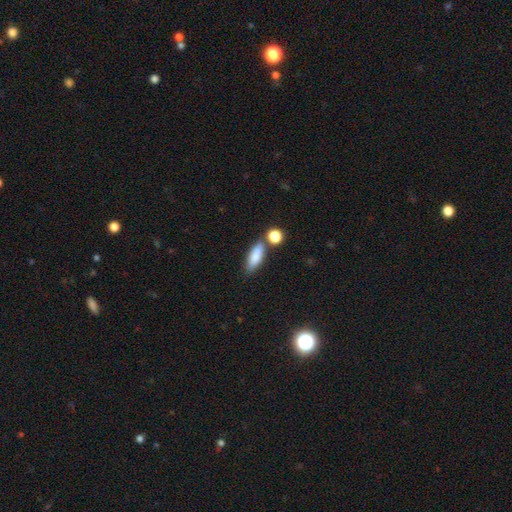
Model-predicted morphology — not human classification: This appears to be a smooth galaxy with no disk features (83%) that is in between round and cigar-shaped (64%). Merging: none (66%).